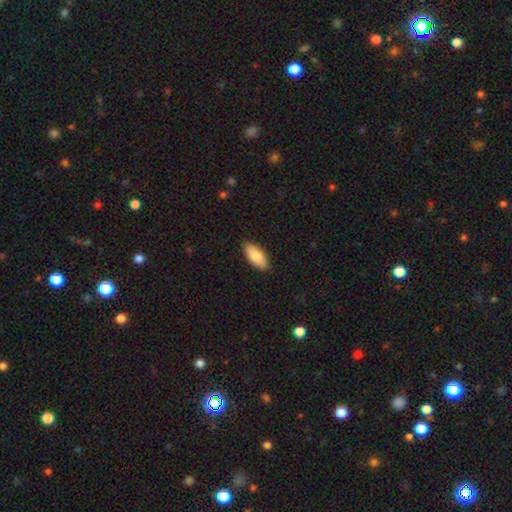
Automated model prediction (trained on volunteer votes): smooth_or_featured: smooth (p=0.82) [alt: featured or disk p=0.13]
how_rounded: in between (p=0.84) [alt: cigar-shaped p=0.14]
merging: none (p=0.90) [alt: minor disturbance p=0.08]